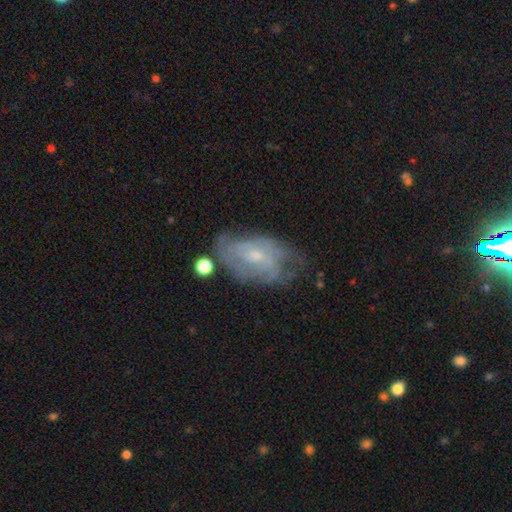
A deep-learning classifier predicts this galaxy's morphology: Smooth or featured?
  - featured or disk: 73% *
  - smooth: 19%
  - star or artifact: 7%
Edge-on disk?
  - no: 96% *
  - yes: 4%
Bar?
  - no: 55% *
  - weak: 39%
  - strong: 6%
Spiral arms?
  - yes: 83% *
  - no: 17%
Spiral winding?
  - tight: 49% *
  - medium: 38%
  - loose: 13%
Spiral arm count?
  - can't tell: 49% *
  - 2: 24%
  - 3: 14%
  - 4: 6%
  - 1: 4%
  - more than 4: 3%
Bulge size?
  - small: 64% *
  - moderate: 28%
  - none: 6%
  - large: 1%
  - dominant: 1%
Merging?
  - none: 53% *
  - minor disturbance: 28%
  - major disturbance: 15%
  - merger: 4%